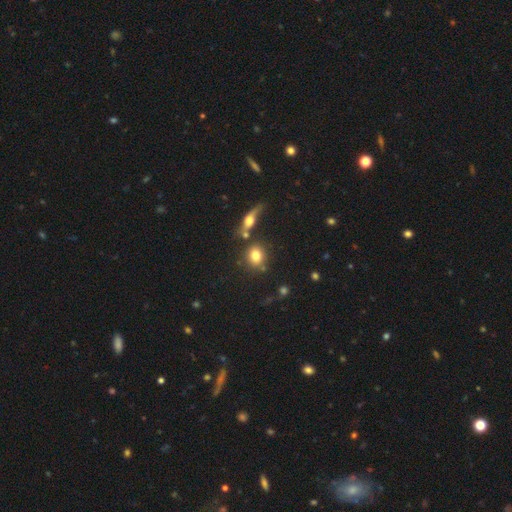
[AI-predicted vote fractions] Smooth or featured? smooth (77%)
How rounded? round (58%)
Merging? none (68%)